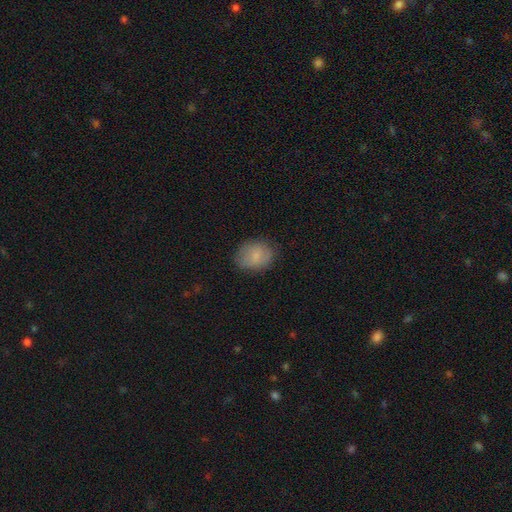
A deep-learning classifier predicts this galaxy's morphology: This is likely a smooth galaxy (78%). How rounded: possibly in between (50%). Merging: likely none (79%).